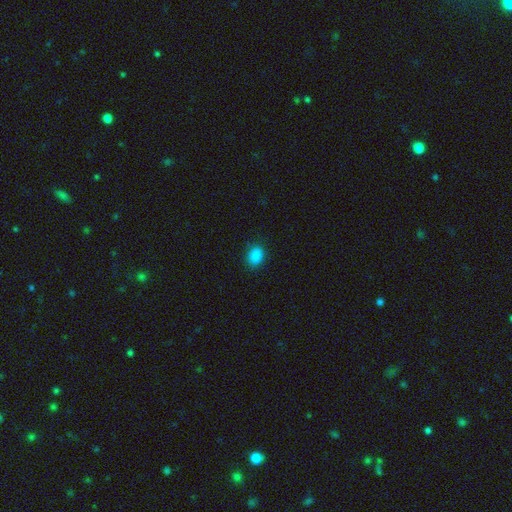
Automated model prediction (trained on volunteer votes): This appears to be a smooth galaxy with no disk features (87%) that is in between round and cigar-shaped (68%). Merging: none (85%).